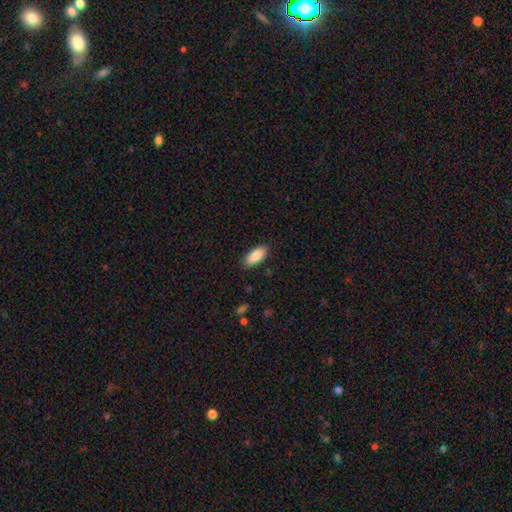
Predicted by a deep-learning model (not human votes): A smooth galaxy with no disk features (89%) that is in between round and cigar-shaped (81%).

Vote fractions:
- Smooth or featured? smooth: 89% / star or artifact: 6% / featured or disk: 6%
- How rounded? in between: 81% / cigar-shaped: 18% / round: 2%
- Merging? none: 88% / minor disturbance: 9% / major disturbance: 2% / merger: 1%